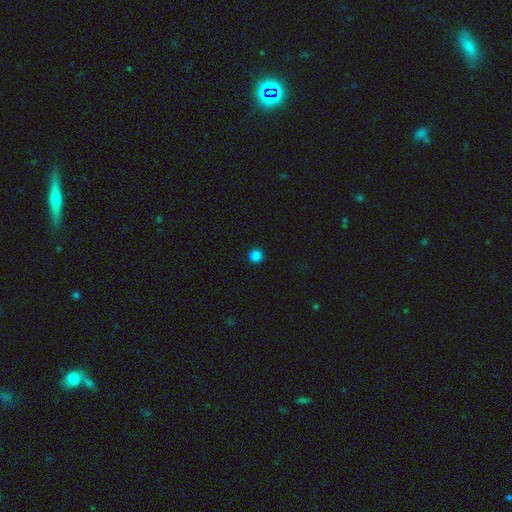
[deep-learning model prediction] A smooth galaxy with no disk features (85%) that is round (96%).

Vote fractions:
- Smooth or featured? smooth: 85% / star or artifact: 12% / featured or disk: 3%
- How rounded? round: 96% / in between: 3% / cigar-shaped: 1%
- Merging? none: 94% / minor disturbance: 3% / major disturbance: 1% / merger: 1%